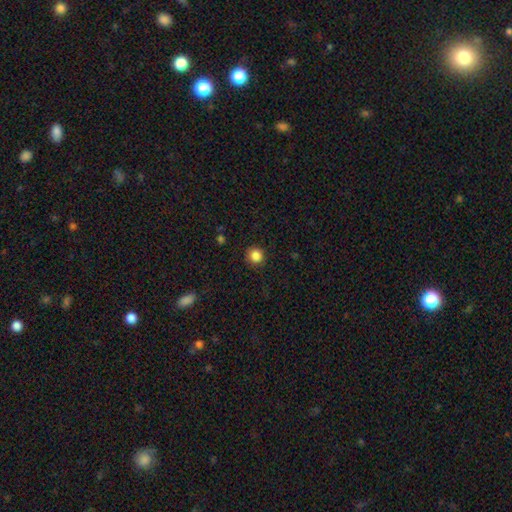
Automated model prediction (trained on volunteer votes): Smooth or featured? smooth (86%)
How rounded? round (93%)
Merging? none (88%)